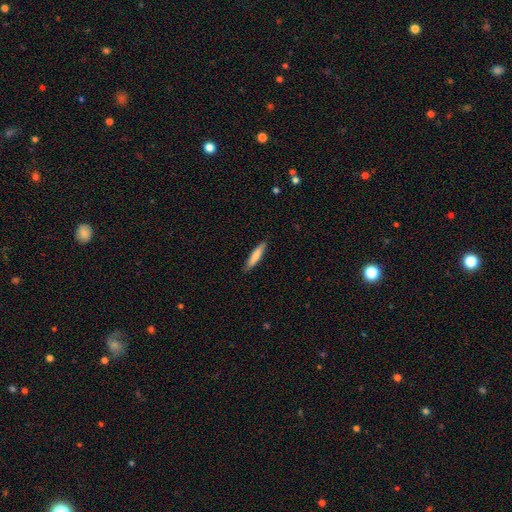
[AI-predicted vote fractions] A smooth galaxy with no disk features (78%) that is cigar-shaped (86%).

Vote fractions:
- Smooth or featured? smooth: 78% / featured or disk: 17% / star or artifact: 5%
- How rounded? cigar-shaped: 86% / in between: 12% / round: 1%
- Merging? none: 88% / minor disturbance: 9% / major disturbance: 2% / merger: 1%